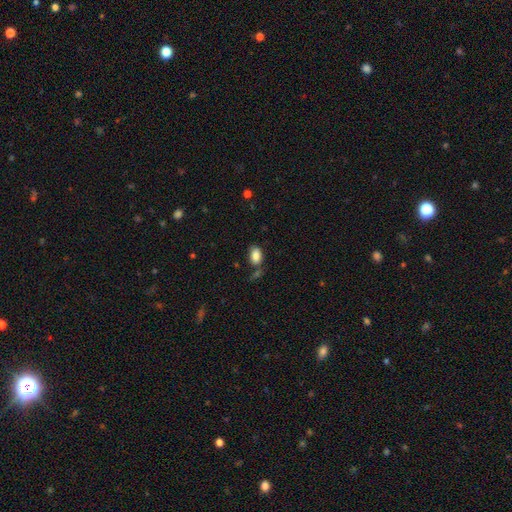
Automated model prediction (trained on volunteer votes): Overall: smooth (86%). How rounded: in between (88%). Merging: none (67%).